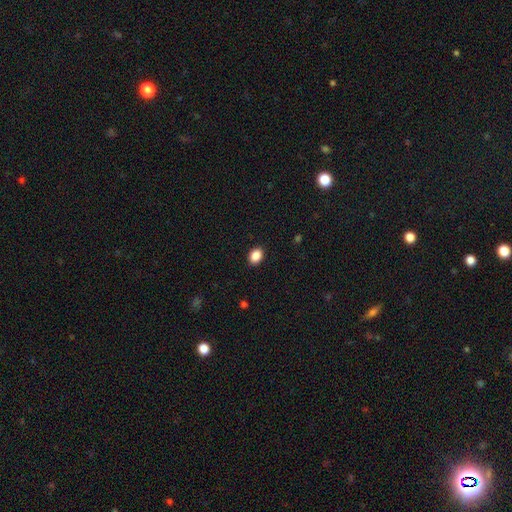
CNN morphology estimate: This appears to be a smooth galaxy with no disk features (88%) that is in between round and cigar-shaped (64%). Merging: none (90%).